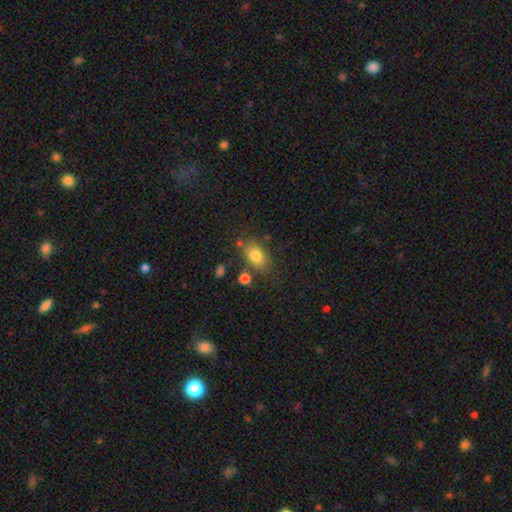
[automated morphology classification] Smooth or featured: smooth — 81% (featured or disk — 10%)
How rounded: in between — 80% (round — 18%)
Merging: none — 72% (minor disturbance — 15%)